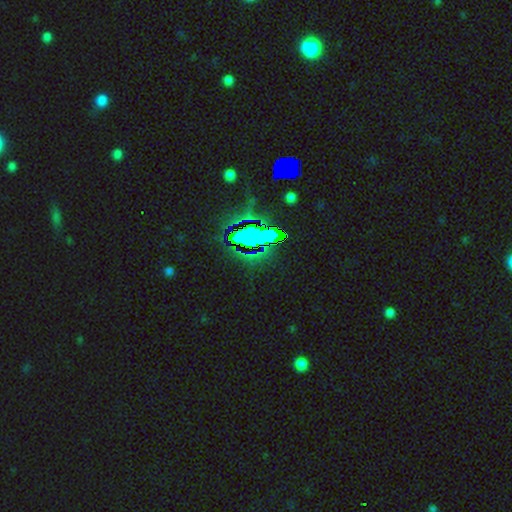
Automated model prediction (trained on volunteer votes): A star or artifact, not a galaxy (80%).

Vote fractions:
- Smooth or featured? star or artifact: 80% / smooth: 11% / featured or disk: 9%